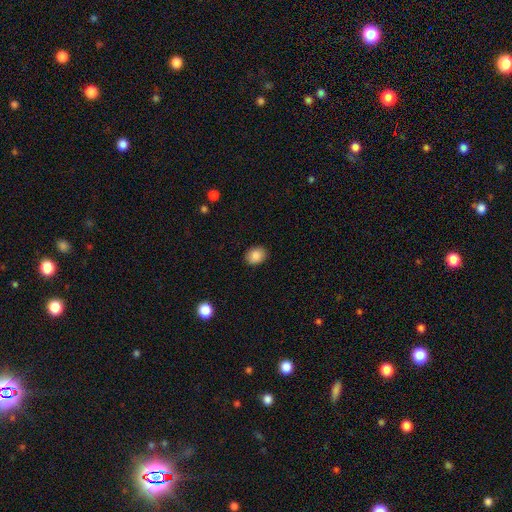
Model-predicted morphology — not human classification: Smooth or featured?
  - smooth: 87% *
  - star or artifact: 9%
  - featured or disk: 4%
How rounded?
  - in between: 51% *
  - round: 48%
  - cigar-shaped: 1%
Merging?
  - none: 89% *
  - minor disturbance: 8%
  - major disturbance: 2%
  - merger: 1%